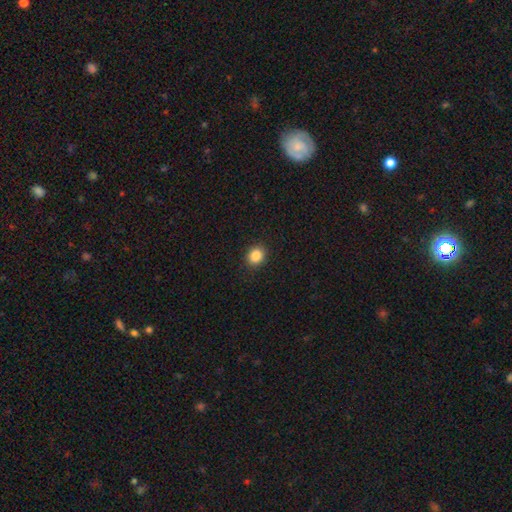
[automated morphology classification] The model was most divided on "how rounded": round: 68%, in between: 31%, cigar-shaped: 1%. More confident: merging — none (90%); smooth or featured — smooth (86%).